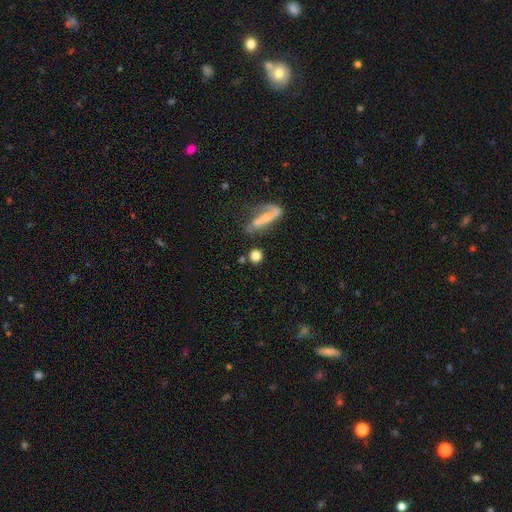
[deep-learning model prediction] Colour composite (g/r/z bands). It shows a smooth galaxy with no disk features (79%) that is round (85%). Merging: none (74%).